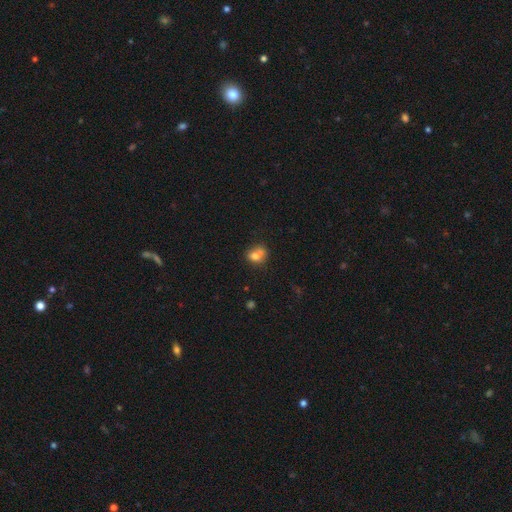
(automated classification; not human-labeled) smooth 73%, featured or disk 16%, star or artifact 11%. Down the decision tree: how rounded — round (56%); merging — merger (39%).